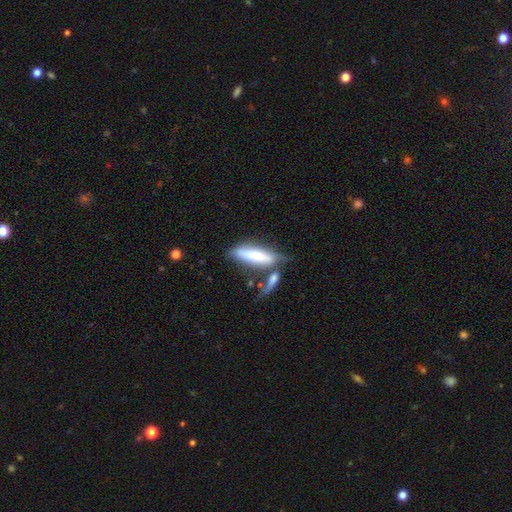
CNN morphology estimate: A smooth galaxy with no disk features (66%) that is cigar-shaped (64%). Merging: none (39%).